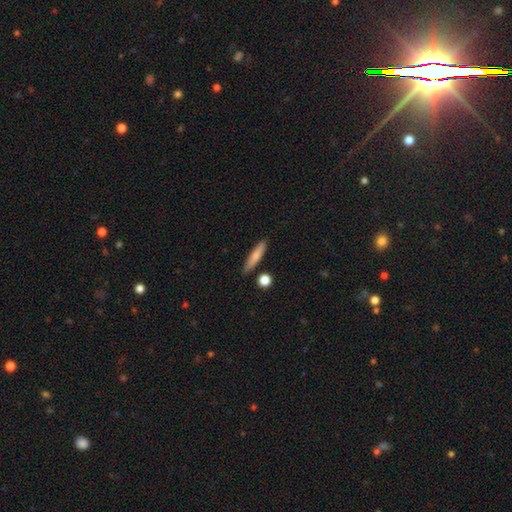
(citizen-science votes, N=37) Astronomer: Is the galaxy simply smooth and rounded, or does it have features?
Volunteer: smooth — 70%.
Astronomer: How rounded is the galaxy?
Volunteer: cigar-shaped — 88%.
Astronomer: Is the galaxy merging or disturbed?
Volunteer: none — 91%.